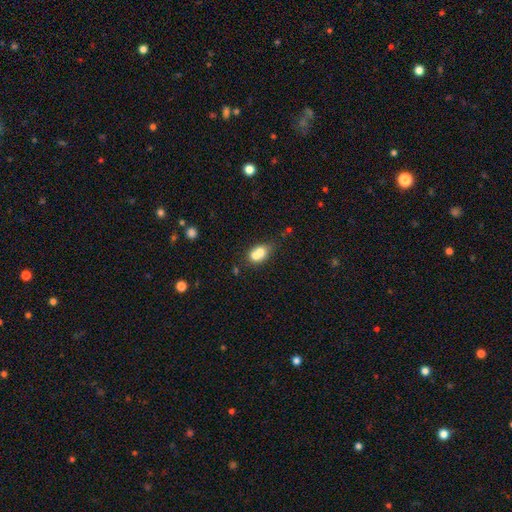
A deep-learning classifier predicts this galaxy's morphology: smooth_or_featured: smooth (p=0.68) [alt: featured or disk p=0.21]
how_rounded: in between (p=0.50) [alt: round p=0.49]
merging: merger (p=0.62) [alt: none p=0.26]